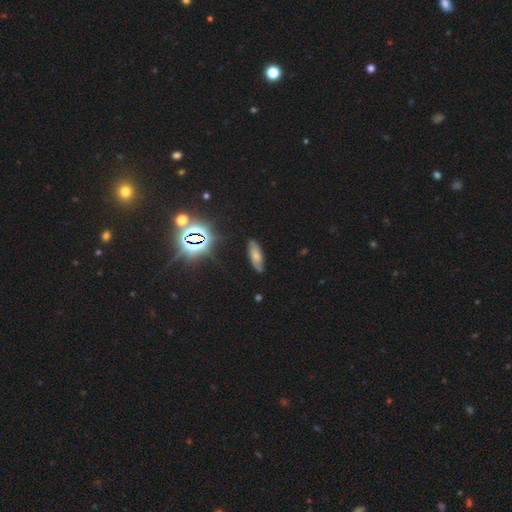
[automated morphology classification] Smooth or featured? smooth (51%)
How rounded? in between (69%)
Merging? none (80%)